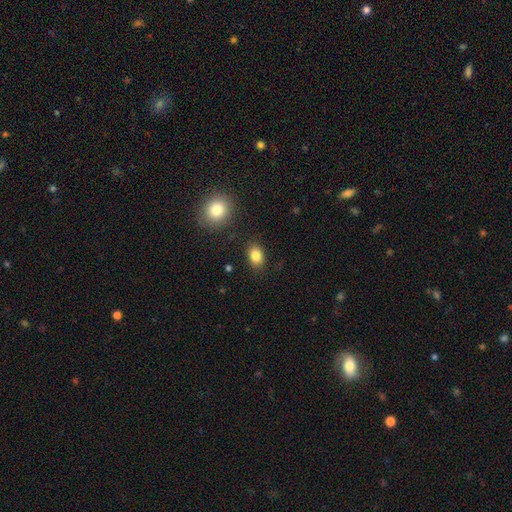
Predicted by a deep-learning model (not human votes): A smooth galaxy with no disk features (84%) that is in between round and cigar-shaped (73%). Merging: none (86%).